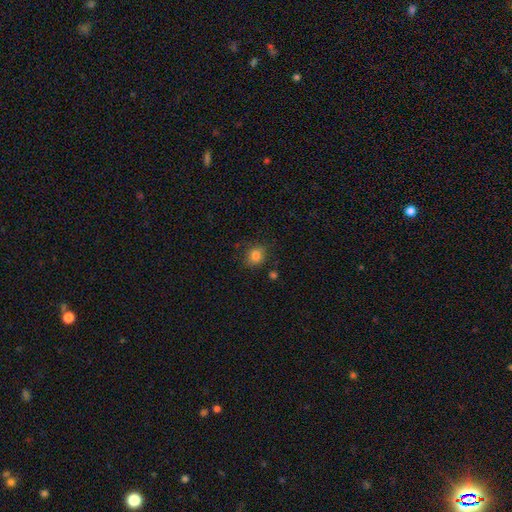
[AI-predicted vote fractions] Smooth or featured? smooth (83%)
How rounded? round (75%)
Merging? none (79%)